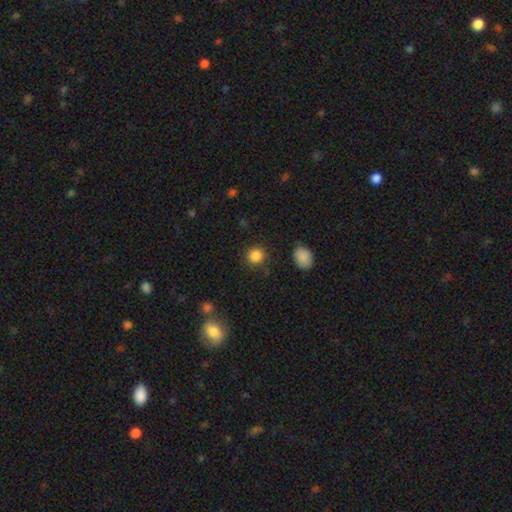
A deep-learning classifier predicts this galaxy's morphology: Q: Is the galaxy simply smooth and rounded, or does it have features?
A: smooth — 86%.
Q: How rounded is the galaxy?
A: round — 89%.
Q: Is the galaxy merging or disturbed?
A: none — 88%.